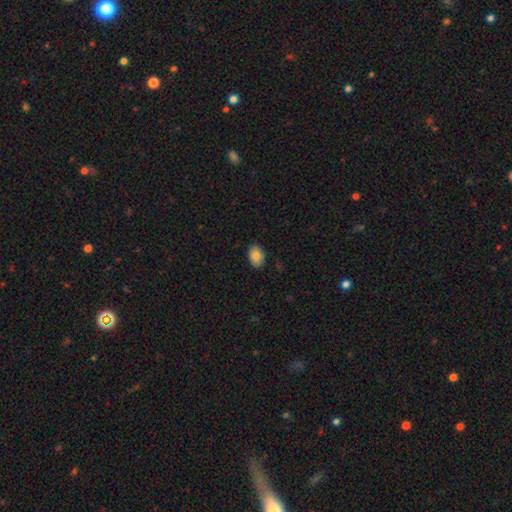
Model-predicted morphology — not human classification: Smooth or featured? smooth (85%)
How rounded? in between (86%)
Merging? none (85%)